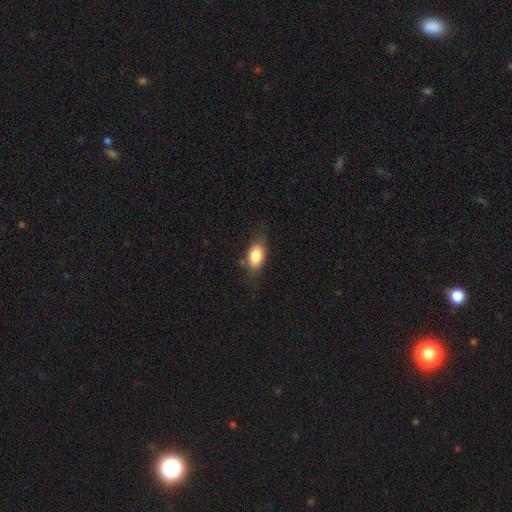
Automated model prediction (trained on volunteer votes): A smooth galaxy with no disk features (82%) that is in between round and cigar-shaped (88%).

Vote fractions:
- Smooth or featured? smooth: 82% / featured or disk: 11% / star or artifact: 7%
- How rounded? in between: 88% / round: 7% / cigar-shaped: 5%
- Merging? none: 72% / minor disturbance: 20% / major disturbance: 6% / merger: 2%